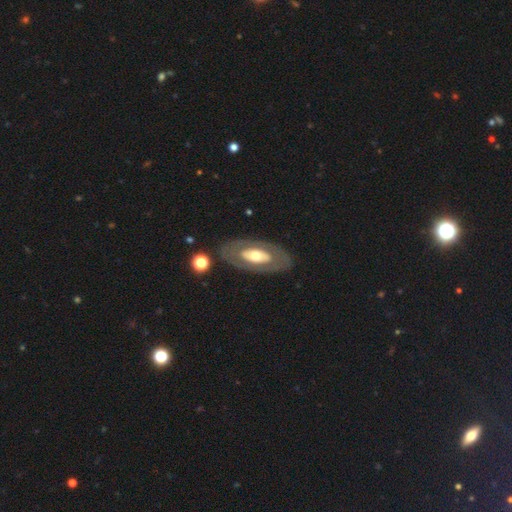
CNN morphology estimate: A featured or disk galaxy (59%) with no bar (81%), no spiral arms (85%) and a moderate central bulge (59%). Merging: none (82%).